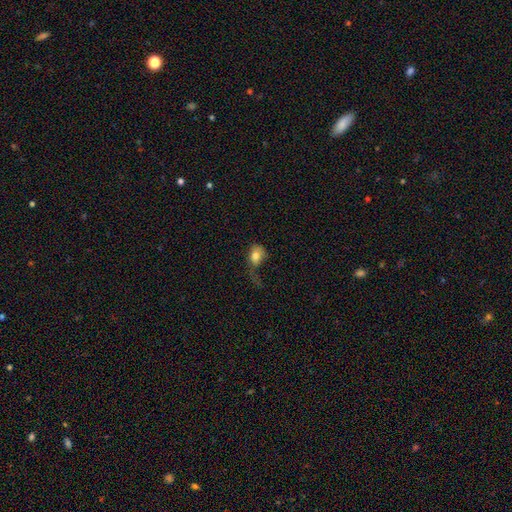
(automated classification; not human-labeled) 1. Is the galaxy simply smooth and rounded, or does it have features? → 76% smooth, 16% featured or disk, 8% star or artifact.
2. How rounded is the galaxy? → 61% in between, 37% round, 2% cigar-shaped.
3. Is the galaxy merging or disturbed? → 51% major disturbance, 22% none, 22% minor disturbance, 4% merger.